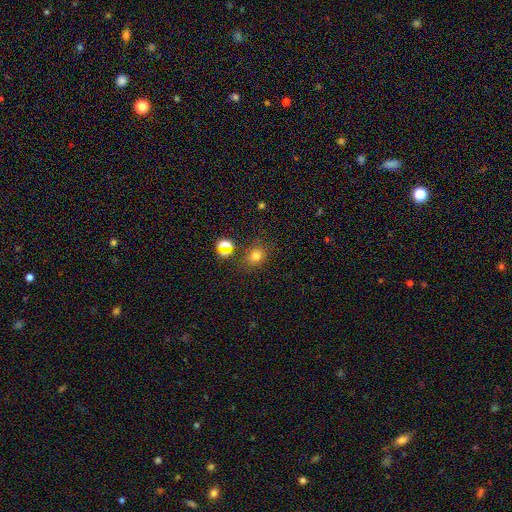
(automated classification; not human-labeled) smooth-or-featured: smooth: 74% | star or artifact: 18% | featured or disk: 8%
  how-rounded: round: 57% | in between: 42% | cigar-shaped: 1%
  merging: none: 73% | minor disturbance: 14% | merger: 8% | major disturbance: 5%